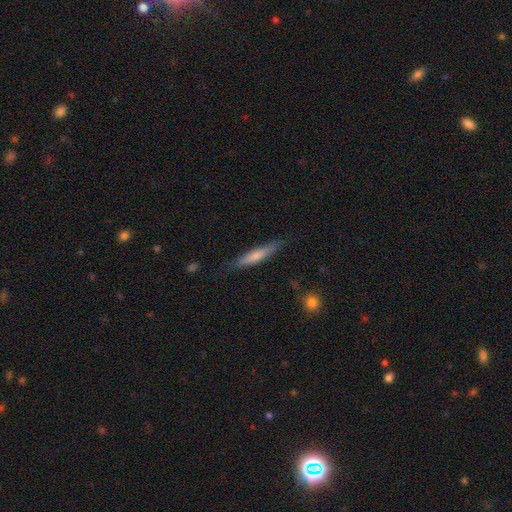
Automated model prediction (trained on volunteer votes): A smooth galaxy with no disk features (68%) that is cigar-shaped (89%). Merging: none (80%).